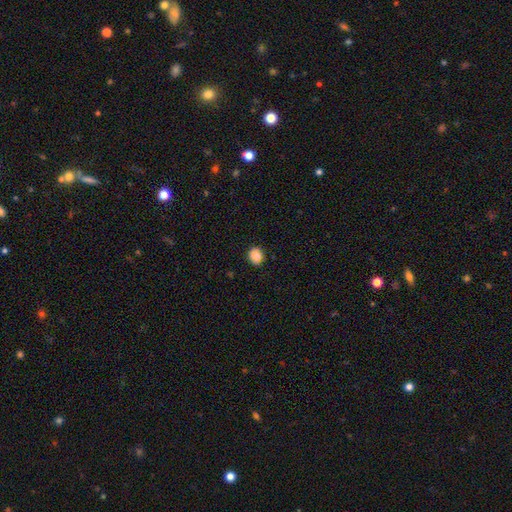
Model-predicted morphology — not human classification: A smooth galaxy with no disk features (83%) that is round (62%).

Vote fractions:
- Smooth or featured? smooth: 83% / star or artifact: 10% / featured or disk: 8%
- How rounded? round: 62% / in between: 37% / cigar-shaped: 1%
- Merging? none: 86% / minor disturbance: 10% / major disturbance: 2% / merger: 1%